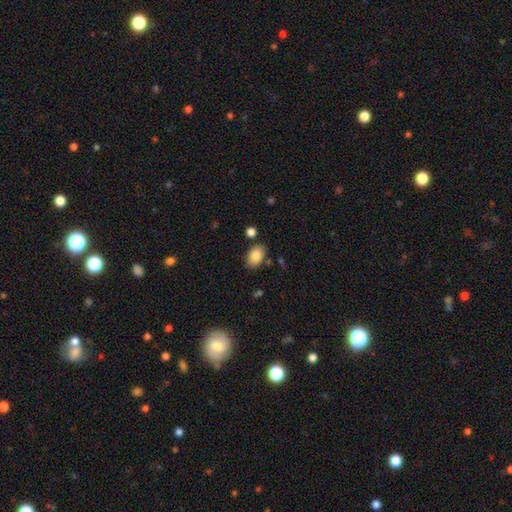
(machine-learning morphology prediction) This is clearly a smooth galaxy (86%). How rounded: clearly in between (87%). Merging: clearly none (80%).